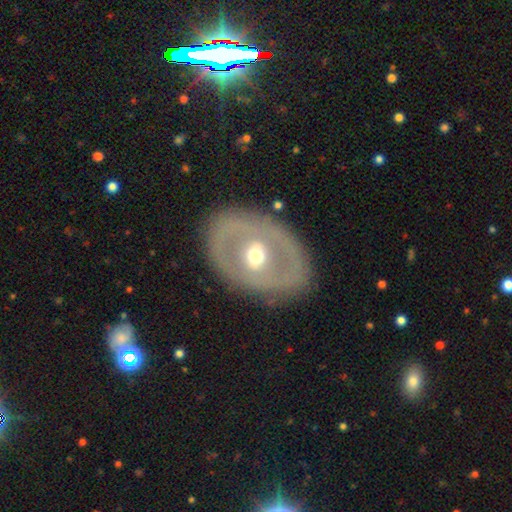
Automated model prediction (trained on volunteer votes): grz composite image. It shows a featured or disk galaxy (66%) with no bar (49%), no spiral arms (84%) and a moderate central bulge (68%). Merging: none (82%).